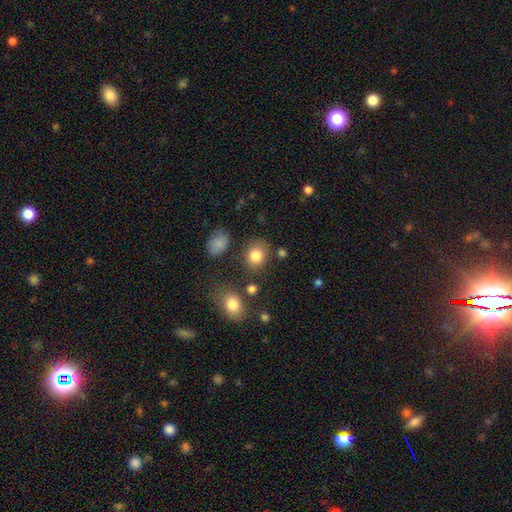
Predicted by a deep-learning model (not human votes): Smooth or featured? smooth (83%)
How rounded? round (62%)
Merging? none (75%)